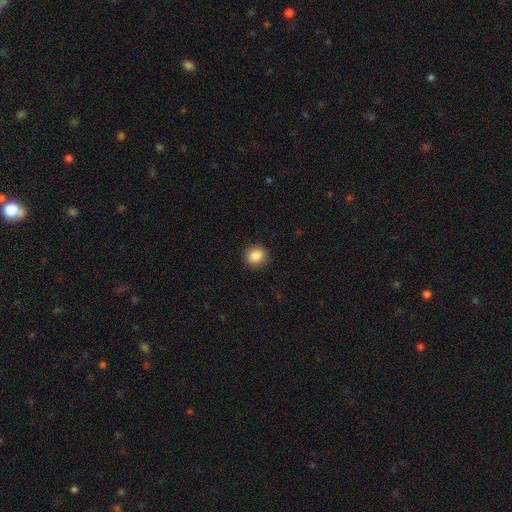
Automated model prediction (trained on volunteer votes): The model was most divided on "how rounded": round: 88%, in between: 11%, cigar-shaped: 1%. More confident: merging — none (91%); smooth or featured — smooth (87%).